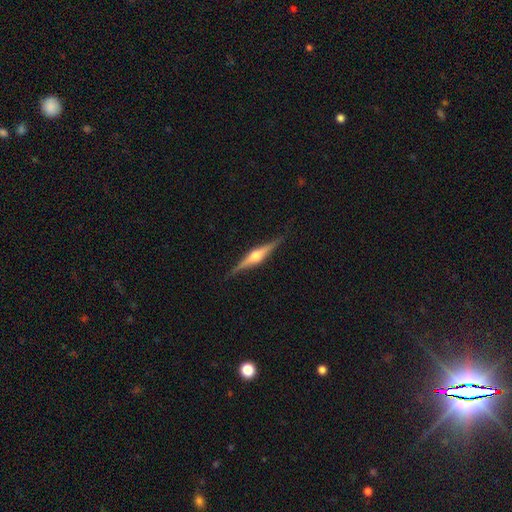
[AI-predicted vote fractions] Smooth or featured? featured or disk (80%)
Edge-on disk? yes (98%)
Edge-on bulge? rounded (93%)
Merging? none (89%)